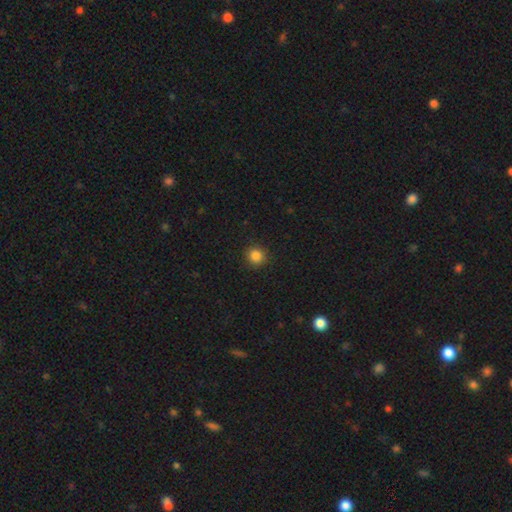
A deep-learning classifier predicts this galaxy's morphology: Smooth or featured?
  - smooth: 85% *
  - star or artifact: 12%
  - featured or disk: 4%
How rounded?
  - round: 92% *
  - in between: 7%
  - cigar-shaped: 1%
Merging?
  - none: 92% *
  - minor disturbance: 6%
  - major disturbance: 2%
  - merger: 1%